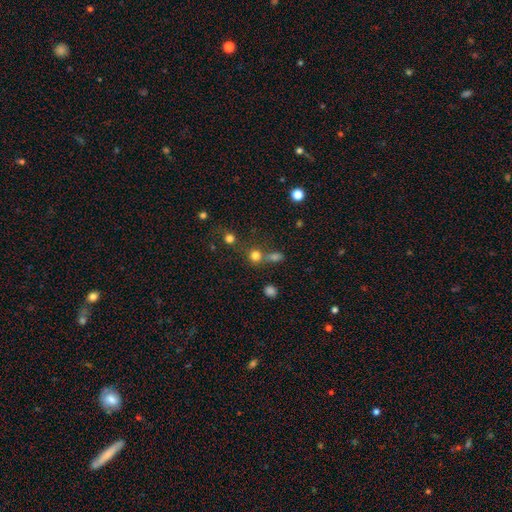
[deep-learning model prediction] The model was most divided on "merging": none: 57%, merger: 29%, minor disturbance: 9%, major disturbance: 5%. More confident: how rounded — round (86%); smooth or featured — smooth (75%).